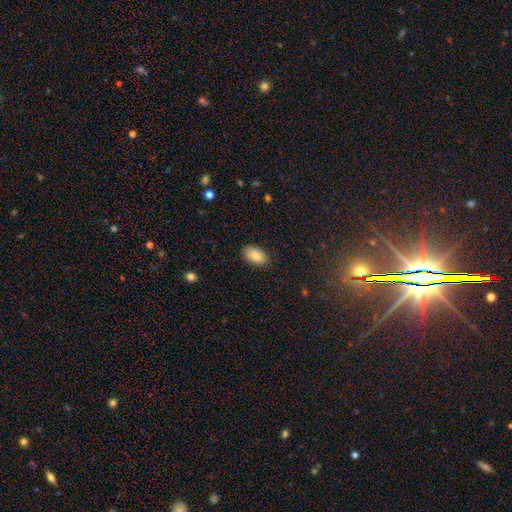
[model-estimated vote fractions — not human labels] smooth_or_featured: smooth (p=0.85) [alt: featured or disk p=0.08]
how_rounded: in between (p=0.92) [alt: round p=0.06]
merging: none (p=0.87) [alt: minor disturbance p=0.10]